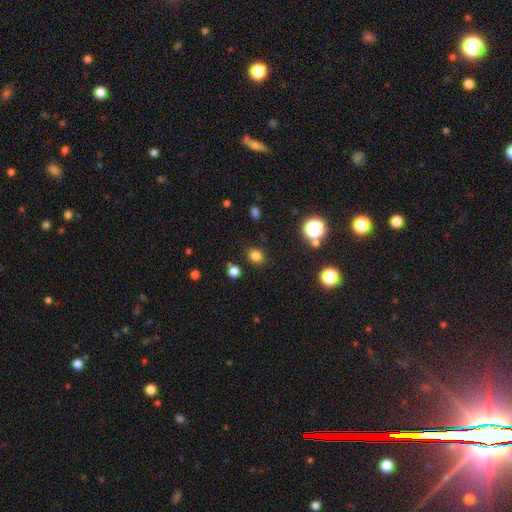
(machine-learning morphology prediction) Q: Smooth or featured?
A: smooth (79%); runner-up: star or artifact (16%)
Q: How rounded?
A: round (68%); runner-up: in between (31%)
Q: Merging?
A: none (86%); runner-up: minor disturbance (9%)